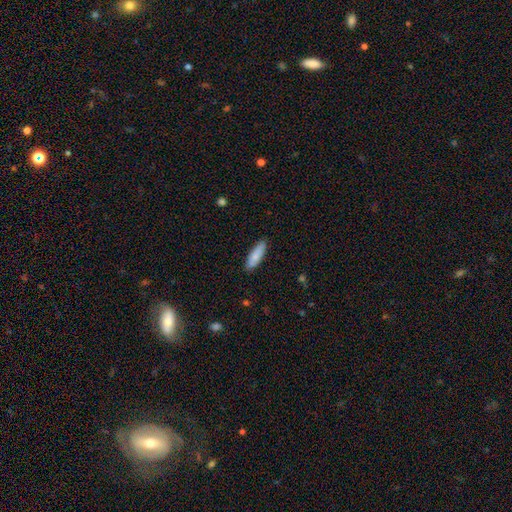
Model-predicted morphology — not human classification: Overall: smooth (82%). How rounded: in between (51%; cigar-shaped 47%). Merging: none (87%).